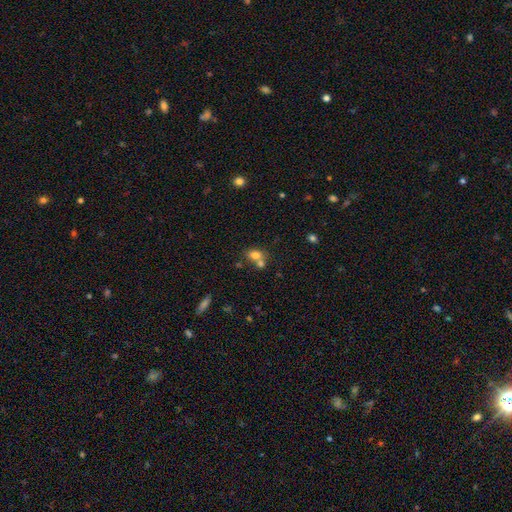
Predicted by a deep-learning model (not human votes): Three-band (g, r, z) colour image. It shows a smooth galaxy with no disk features (75%) that is in between round and cigar-shaped (62%). Merging: merger (45%).